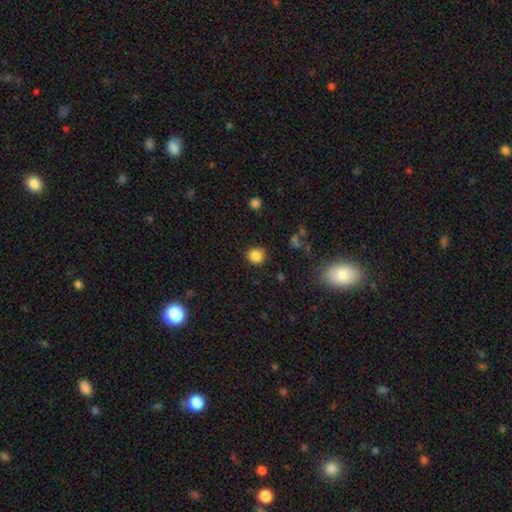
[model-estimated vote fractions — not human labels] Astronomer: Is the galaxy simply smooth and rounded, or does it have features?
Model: smooth — 85%.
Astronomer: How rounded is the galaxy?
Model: round — 86%.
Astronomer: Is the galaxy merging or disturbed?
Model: none — 88%.